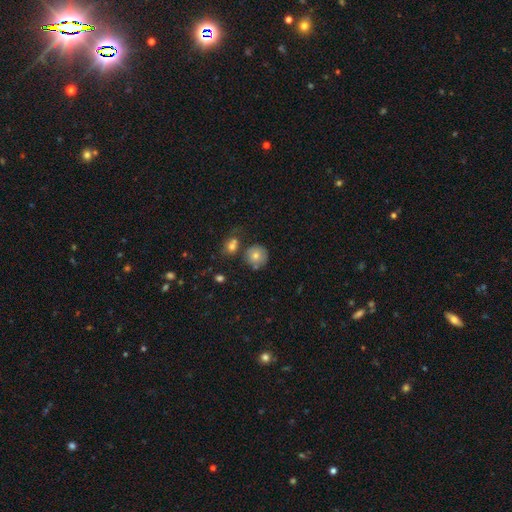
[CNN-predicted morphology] Overall: smooth (76%). How rounded: round (92%). Merging: none (67%).